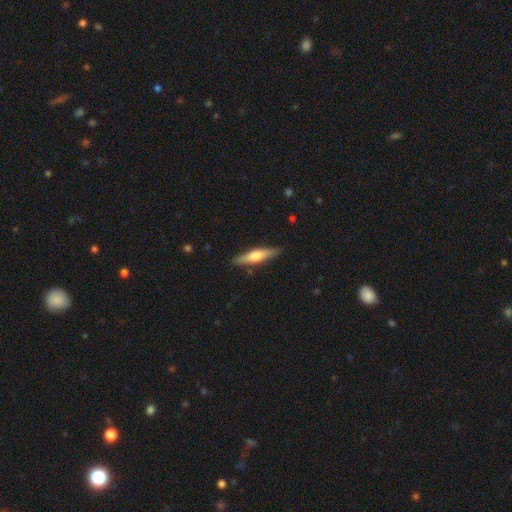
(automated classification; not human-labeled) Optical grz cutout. It shows a smooth galaxy with no disk features (48%). Merging: none (87%).